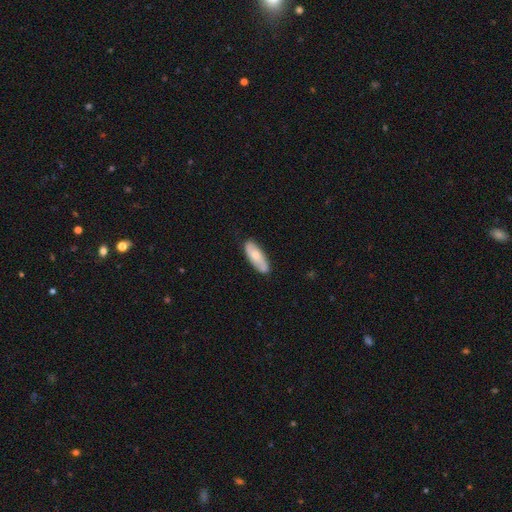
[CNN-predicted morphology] A smooth galaxy with no disk features (60%) that is in between round and cigar-shaped (66%).

Vote fractions:
- Smooth or featured? smooth: 60% / featured or disk: 34% / star or artifact: 6%
- How rounded? in between: 66% / cigar-shaped: 32% / round: 2%
- Merging? none: 78% / minor disturbance: 17% / major disturbance: 3% / merger: 3%